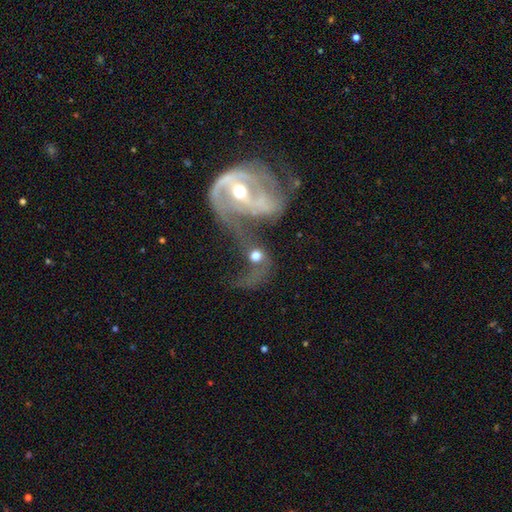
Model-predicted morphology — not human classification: A featured or disk galaxy (53%).

Vote fractions:
- Smooth or featured? featured or disk: 53% / smooth: 36% / star or artifact: 11%
- Edge-on disk? no: 95% / yes: 5%
- Merging? merger: 53% / none: 19% / major disturbance: 18% / minor disturbance: 9%